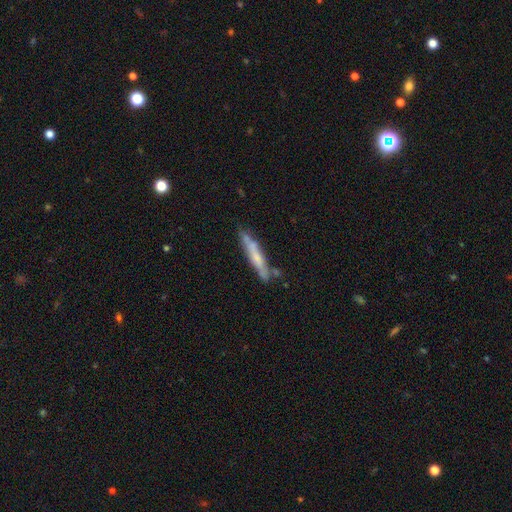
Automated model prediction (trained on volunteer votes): This appears to be a smooth galaxy with no disk features (49%). Merging: none (71%).